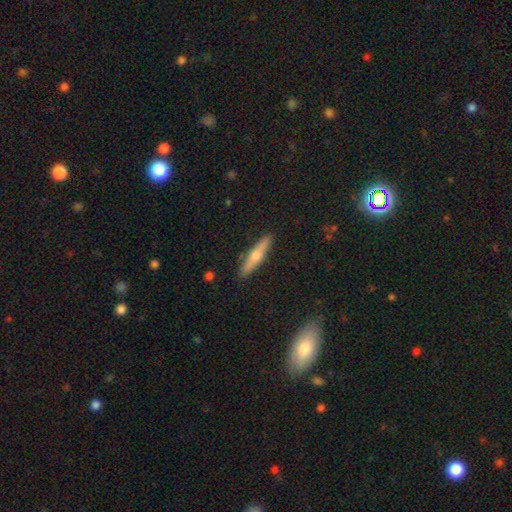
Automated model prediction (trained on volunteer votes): Smooth or featured? smooth (48%)
Merging? none (90%)